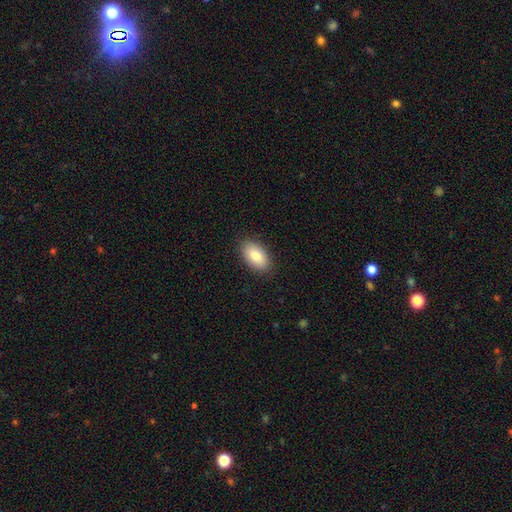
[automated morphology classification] A smooth galaxy with no disk features (84%) that is in between round and cigar-shaped (94%).

Vote fractions:
- Smooth or featured? smooth: 84% / featured or disk: 9% / star or artifact: 7%
- How rounded? in between: 94% / round: 4% / cigar-shaped: 2%
- Merging? none: 88% / minor disturbance: 9% / major disturbance: 2% / merger: 1%